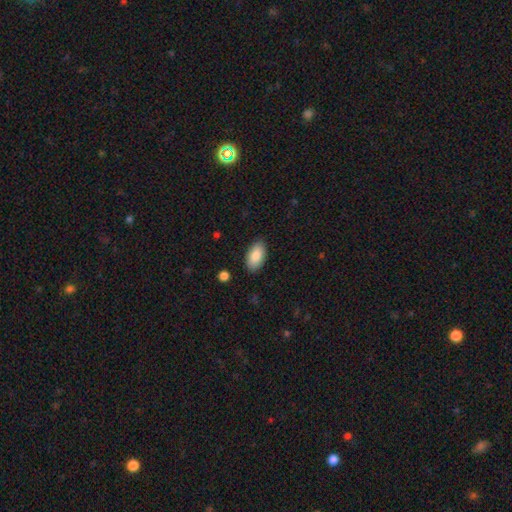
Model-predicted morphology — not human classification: Smooth or featured: smooth — 86% (featured or disk — 7%)
How rounded: in between — 94% (round — 3%)
Merging: none — 87% (minor disturbance — 10%)